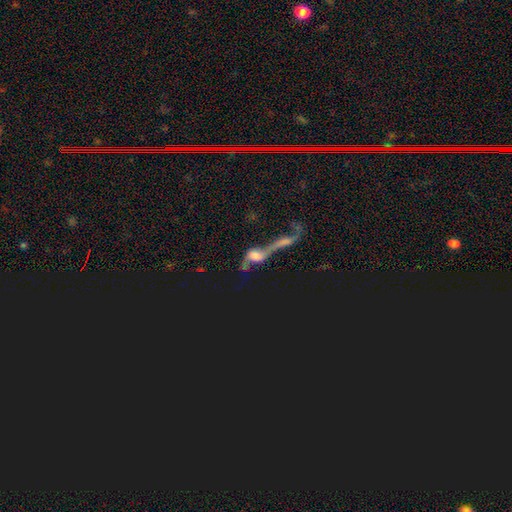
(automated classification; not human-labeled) smooth_or_featured: featured or disk (p=0.46) [alt: smooth p=0.35]
merging: merger (p=0.71) [alt: major disturbance p=0.14]